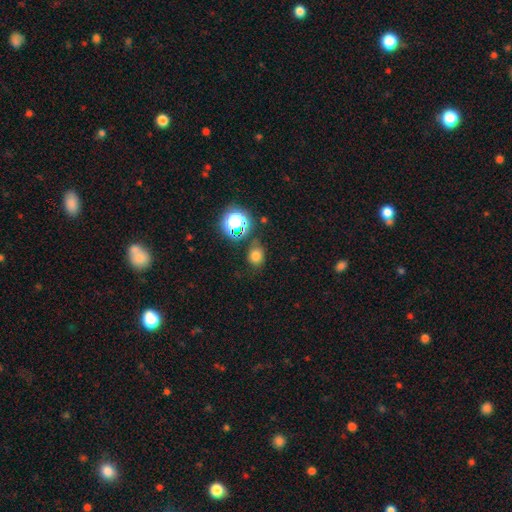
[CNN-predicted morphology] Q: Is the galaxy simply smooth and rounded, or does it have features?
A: smooth — 73%.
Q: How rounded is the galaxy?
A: round — 70%.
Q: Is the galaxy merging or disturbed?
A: none — 74%.